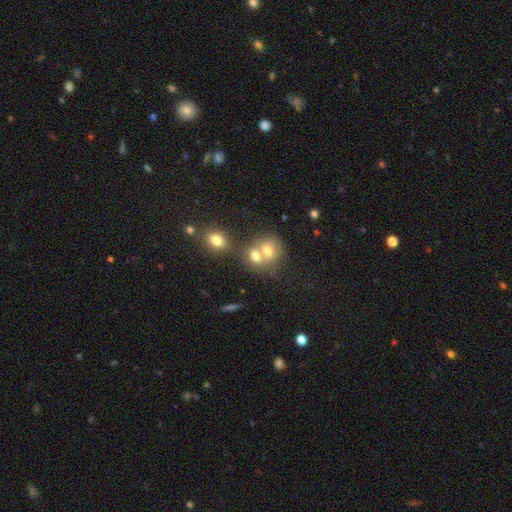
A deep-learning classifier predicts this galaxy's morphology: This is likely a smooth galaxy (68%). How rounded: likely round (67%). Merging: likely merger (61%).